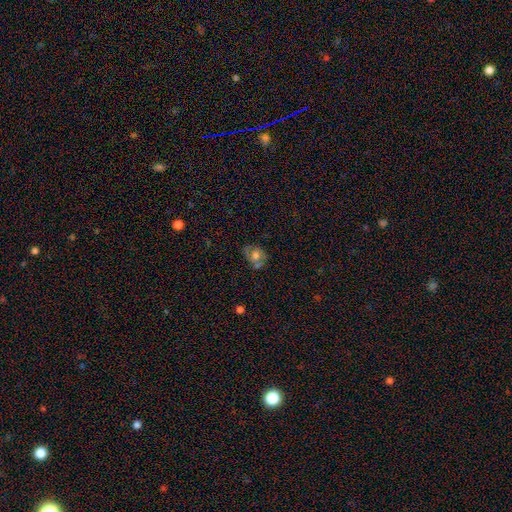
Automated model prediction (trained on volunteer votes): Smooth or featured? smooth (50%)
How rounded? in between (52%)
Merging? none (57%)